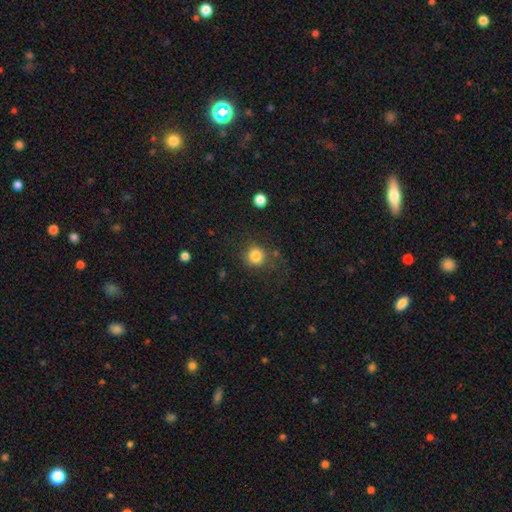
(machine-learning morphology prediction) The model was most divided on "merging": none: 78%, minor disturbance: 12%, major disturbance: 6%, merger: 4%. More confident: how rounded — round (89%); smooth or featured — smooth (83%).